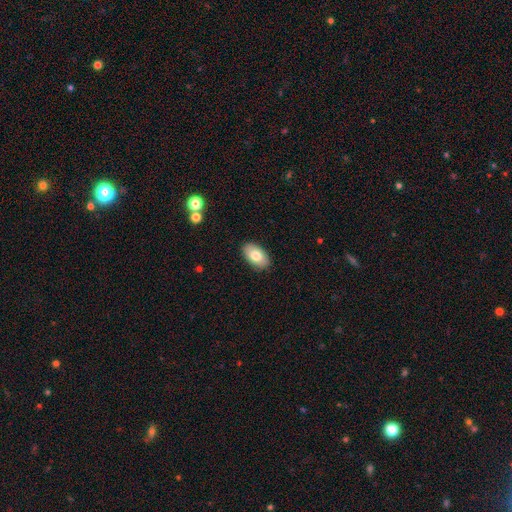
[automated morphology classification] Overall: smooth (78%). How rounded: in between (94%). Merging: none (88%).